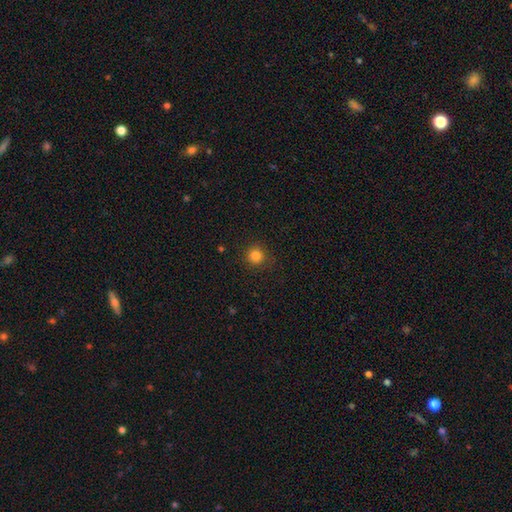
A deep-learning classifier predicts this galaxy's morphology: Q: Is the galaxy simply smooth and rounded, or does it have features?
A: smooth — 83%.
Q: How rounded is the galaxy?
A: round — 94%.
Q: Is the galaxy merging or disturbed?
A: none — 89%.